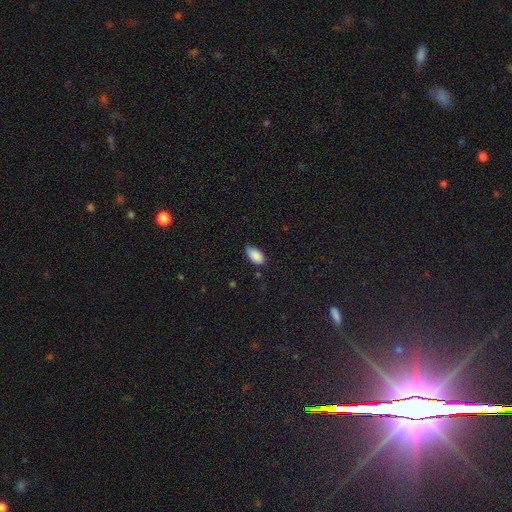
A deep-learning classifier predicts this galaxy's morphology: Smooth or featured? smooth (88%)
How rounded? in between (93%)
Merging? none (65%)